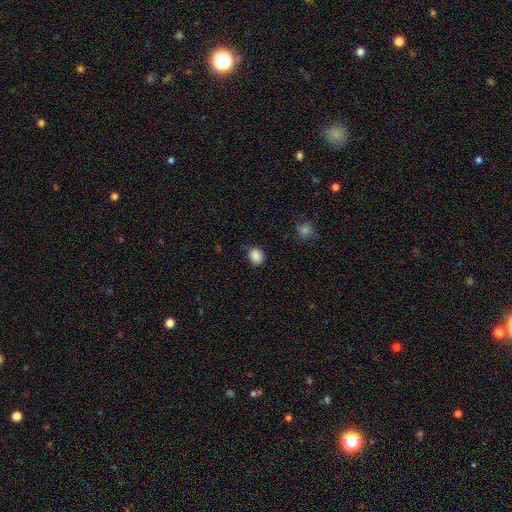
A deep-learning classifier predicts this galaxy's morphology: Smooth or featured? smooth (88%)
How rounded? round (57%)
Merging? none (79%)